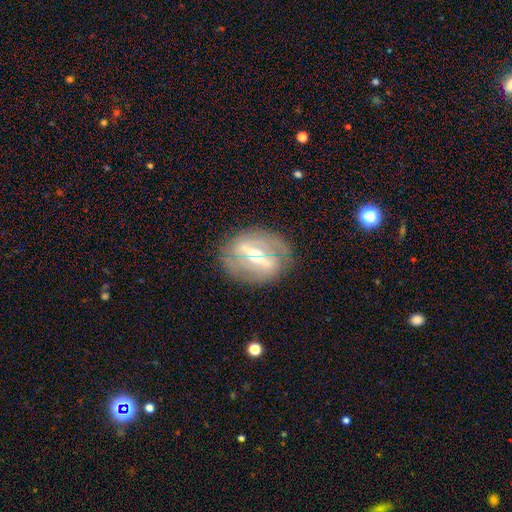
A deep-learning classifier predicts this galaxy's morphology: Overall: featured or disk (79%). Edge-on disk: no (77%). Bar: strong (75%). Spiral arms: no (51%; yes 49%). Bulge size: moderate (61%; small 31%). Merging: none (78%).